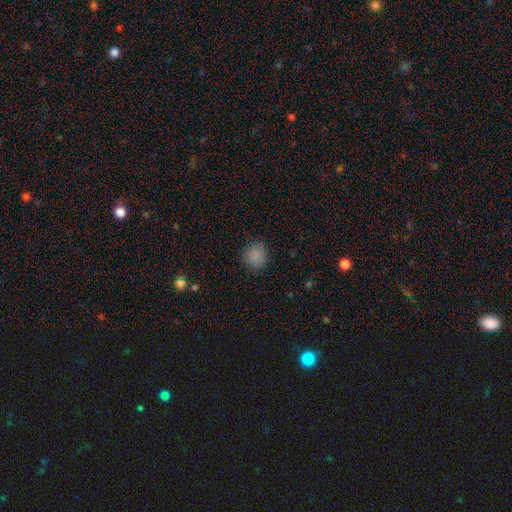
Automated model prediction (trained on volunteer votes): Smooth or featured?
  - smooth: 85% *
  - star or artifact: 11%
  - featured or disk: 4%
How rounded?
  - round: 78% *
  - in between: 21%
  - cigar-shaped: 1%
Merging?
  - none: 84% *
  - minor disturbance: 12%
  - major disturbance: 3%
  - merger: 1%